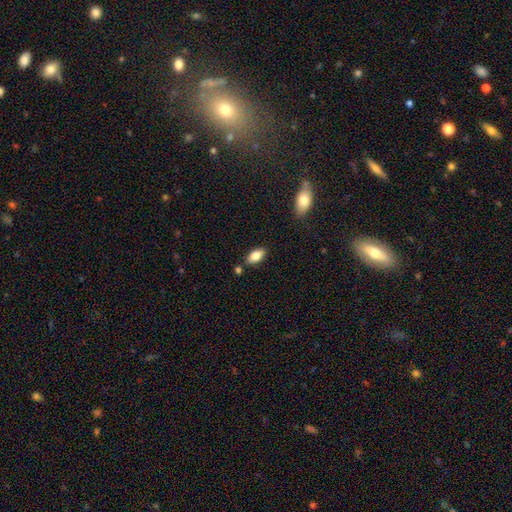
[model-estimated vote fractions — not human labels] A smooth galaxy with no disk features (81%) that is in between round and cigar-shaped (90%).

Vote fractions:
- Smooth or featured? smooth: 81% / featured or disk: 12% / star or artifact: 7%
- How rounded? in between: 90% / cigar-shaped: 7% / round: 3%
- Merging? none: 82% / minor disturbance: 11% / merger: 5% / major disturbance: 2%